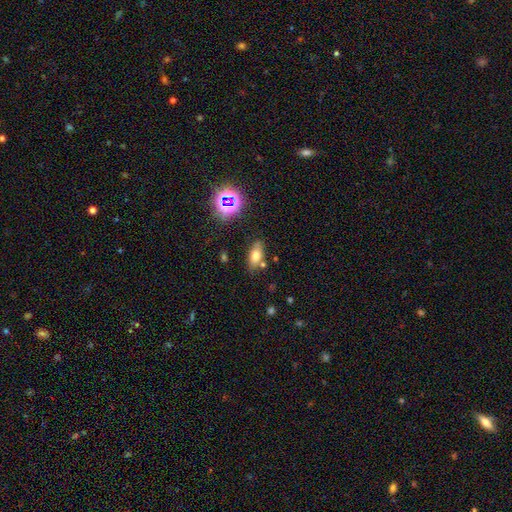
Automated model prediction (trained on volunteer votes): Overall: smooth (68%). How rounded: in between (81%). Merging: none (75%).